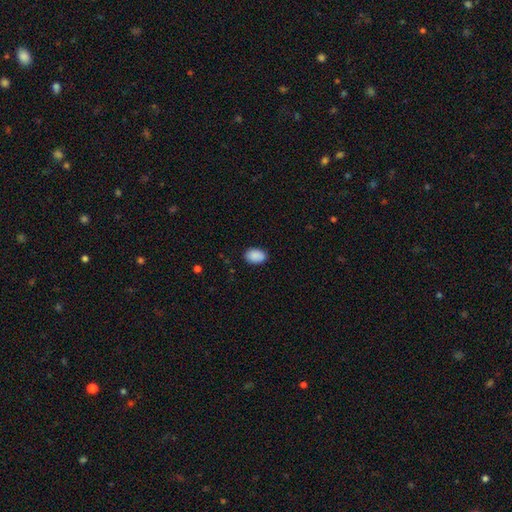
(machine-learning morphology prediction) Smooth or featured? Predicted: smooth (p=0.90). How rounded? Predicted: in between (p=0.85). Merging? Predicted: none (p=0.87).